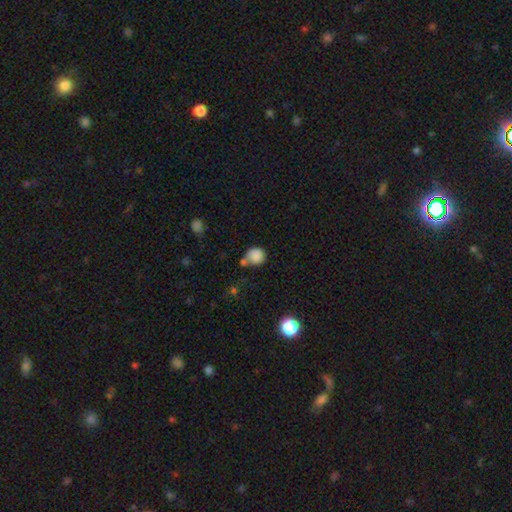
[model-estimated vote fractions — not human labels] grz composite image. It shows a smooth galaxy with no disk features (83%) that is round (85%). Merging: none (55%).